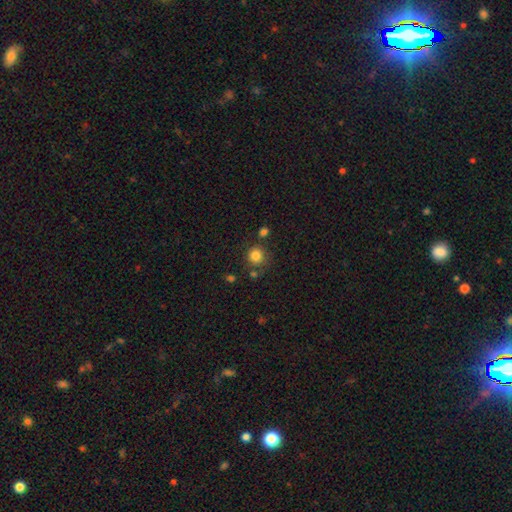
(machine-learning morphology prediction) The model was most divided on "merging": none: 76%, minor disturbance: 11%, merger: 10%, major disturbance: 4%. More confident: how rounded — round (91%); smooth or featured — smooth (83%).